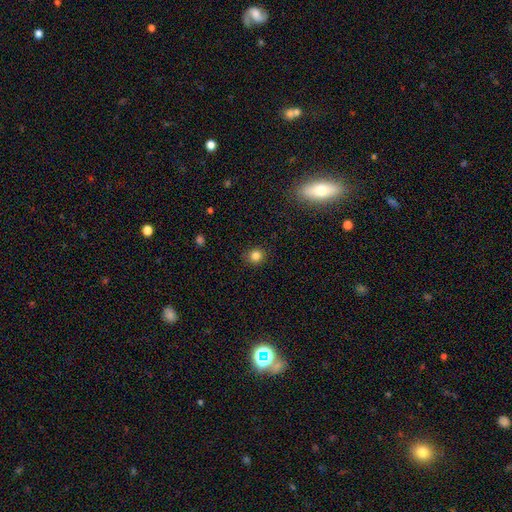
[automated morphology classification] A smooth galaxy with no disk features (82%) that is round (88%).

Vote fractions:
- Smooth or featured? smooth: 82% / star or artifact: 13% / featured or disk: 5%
- How rounded? round: 88% / in between: 11% / cigar-shaped: 1%
- Merging? none: 89% / minor disturbance: 8% / major disturbance: 2% / merger: 1%